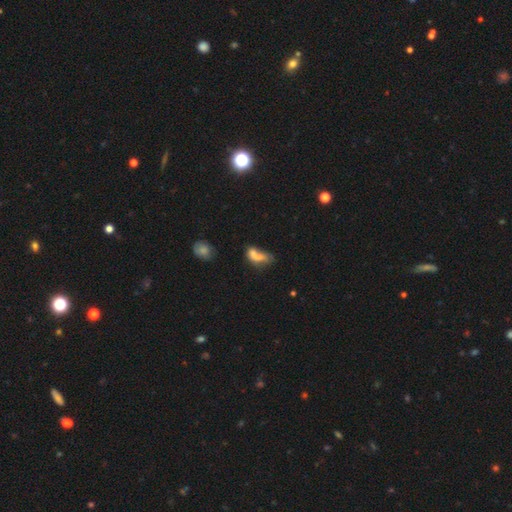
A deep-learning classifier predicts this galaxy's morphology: smooth-or-featured: smooth: 61% | featured or disk: 26% | star or artifact: 13%
  how-rounded: in between: 75% | round: 15% | cigar-shaped: 10%
  merging: merger: 55% | none: 18% | major disturbance: 15% | minor disturbance: 12%